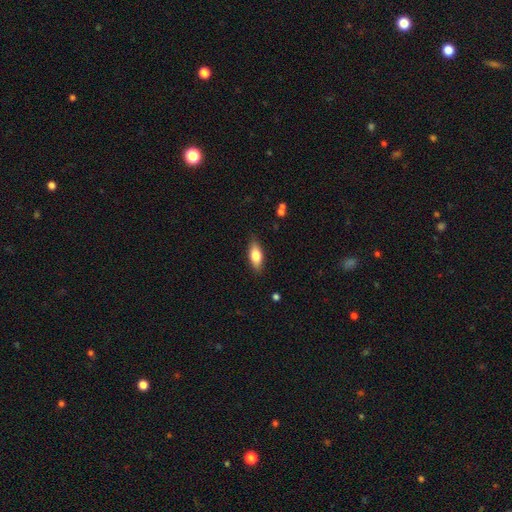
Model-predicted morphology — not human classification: Q: Smooth or featured?
A: smooth (74%); runner-up: featured or disk (19%)
Q: How rounded?
A: in between (78%); runner-up: cigar-shaped (19%)
Q: Merging?
A: none (85%); runner-up: minor disturbance (12%)